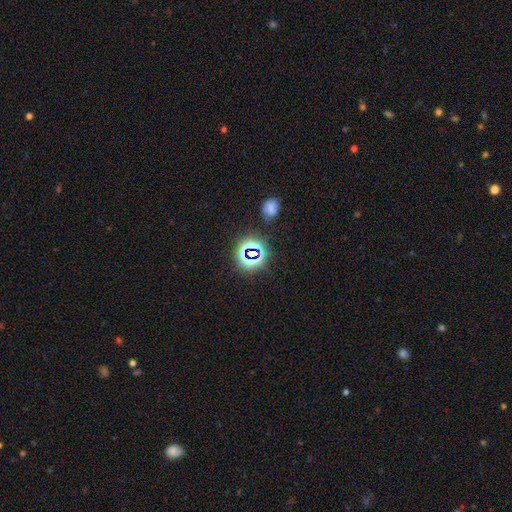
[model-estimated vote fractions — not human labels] The model was most divided on "smooth or featured": star or artifact: 70%, smooth: 20%, featured or disk: 9%.